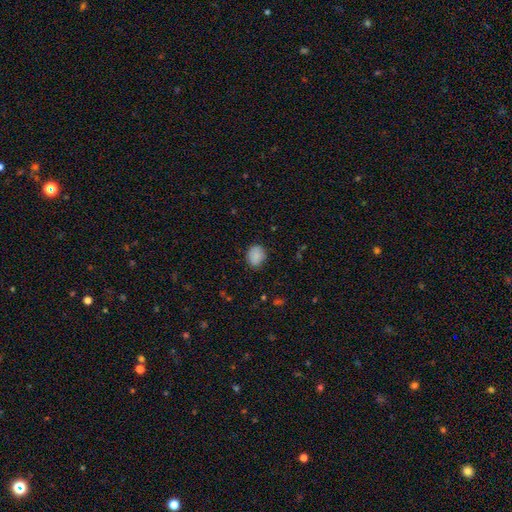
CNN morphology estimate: This is clearly a smooth galaxy (87%). How rounded: possibly round (58%). Merging: clearly none (82%).